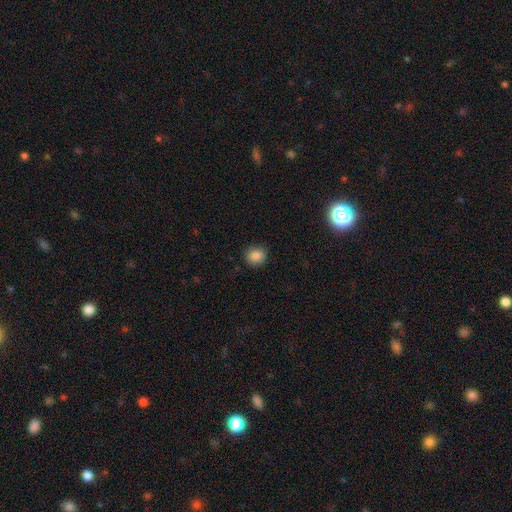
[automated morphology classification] The model was most divided on "how rounded": round: 82%, in between: 17%, cigar-shaped: 1%. More confident: merging — none (87%); smooth or featured — smooth (86%).